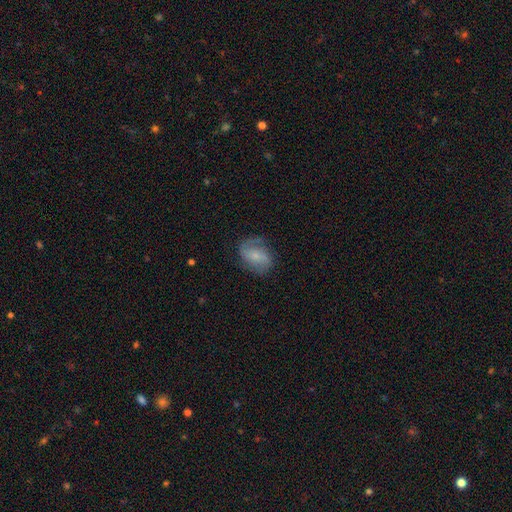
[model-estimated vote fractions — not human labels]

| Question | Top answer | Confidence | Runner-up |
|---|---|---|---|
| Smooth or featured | featured or disk | 62% | smooth (30%) |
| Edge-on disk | no | 97% | yes (3%) |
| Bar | no | 48% | weak (38%) |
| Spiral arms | yes | 90% | no (10%) |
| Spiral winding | medium | 44% | loose (35%) |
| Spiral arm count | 2 | 78% | 1 (9%) |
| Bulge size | small | 58% | moderate (28%) |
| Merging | none | 69% | minor disturbance (20%) |